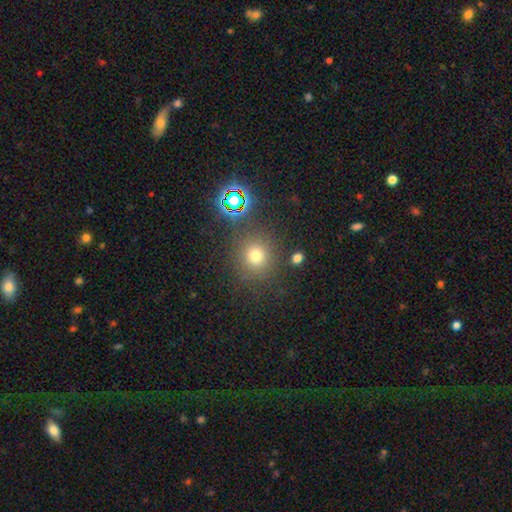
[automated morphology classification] Smooth or featured? smooth (69%)
How rounded? round (89%)
Merging? none (82%)